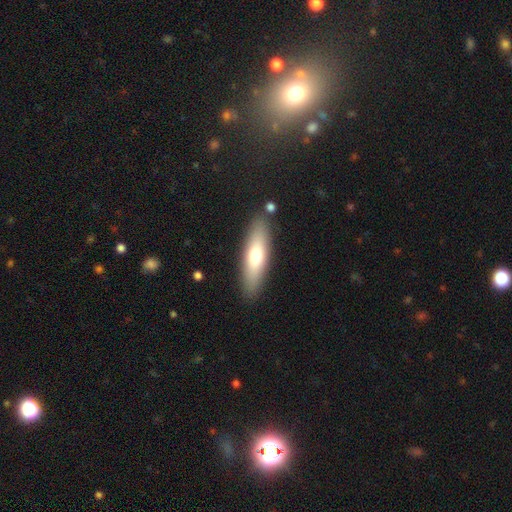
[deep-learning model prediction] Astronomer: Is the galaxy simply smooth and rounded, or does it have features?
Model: smooth — 64%.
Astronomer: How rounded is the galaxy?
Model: cigar-shaped — 58% (runner-up: in between, 40%).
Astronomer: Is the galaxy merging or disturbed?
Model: none — 85%.